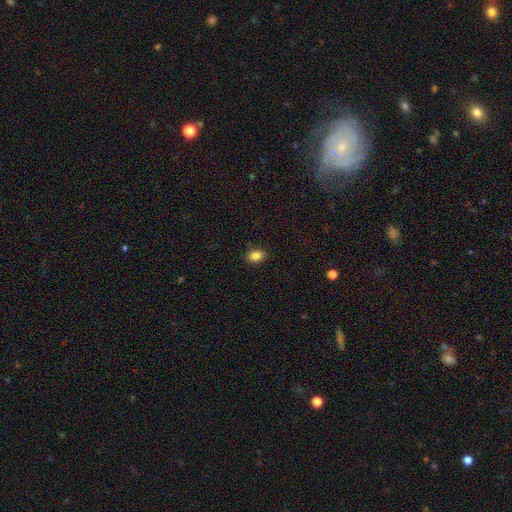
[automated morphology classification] A smooth galaxy with no disk features (85%) that is in between round and cigar-shaped (69%). Merging: none (87%).